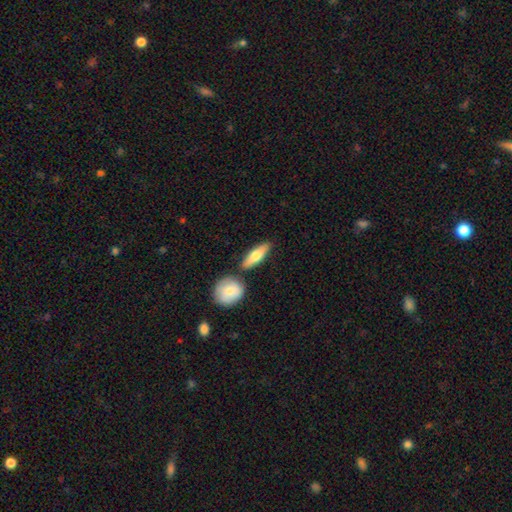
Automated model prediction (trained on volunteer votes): A smooth galaxy with no disk features (69%) that is in between round and cigar-shaped (51%). Merging: none (74%).